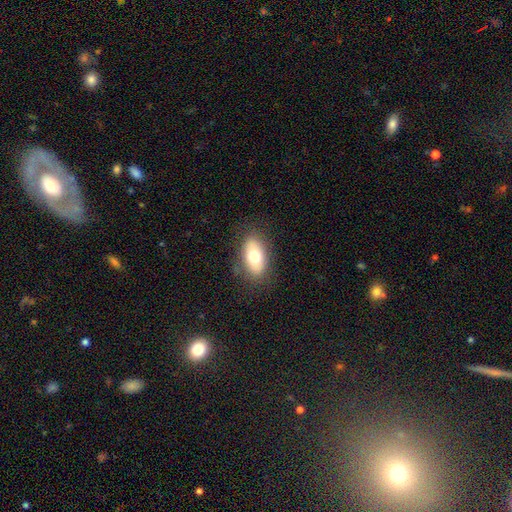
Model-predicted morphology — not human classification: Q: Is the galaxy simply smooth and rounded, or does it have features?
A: smooth — 67%.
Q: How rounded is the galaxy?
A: in between — 90%.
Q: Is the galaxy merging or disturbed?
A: none — 85%.